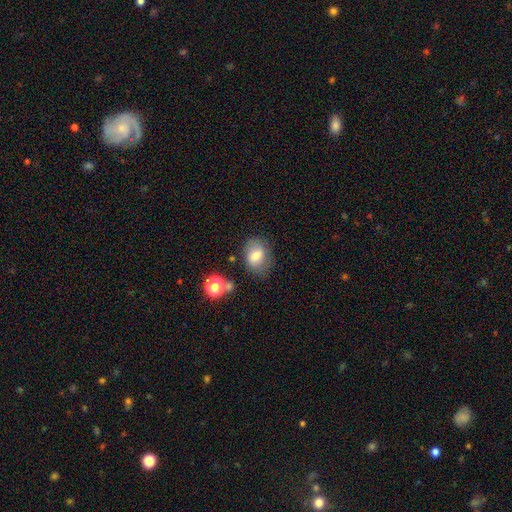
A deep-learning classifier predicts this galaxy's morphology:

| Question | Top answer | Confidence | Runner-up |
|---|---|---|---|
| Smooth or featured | smooth | 74% | featured or disk (16%) |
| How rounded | in between | 68% | round (30%) |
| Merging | none | 69% | minor disturbance (19%) |